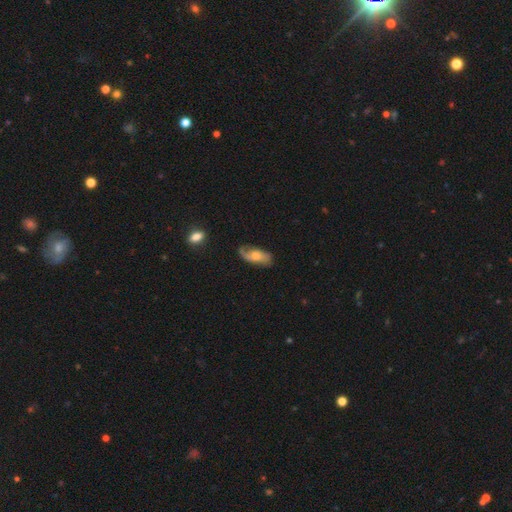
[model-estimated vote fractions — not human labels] Smooth or featured?
  - featured or disk: 56% *
  - smooth: 37%
  - star or artifact: 7%
Edge-on disk?
  - no: 89% *
  - yes: 11%
Bar?
  - no: 71% *
  - weak: 24%
  - strong: 5%
Spiral arms?
  - yes: 83% *
  - no: 17%
Bulge size?
  - moderate: 58% *
  - small: 31%
  - large: 6%
  - none: 3%
  - dominant: 1%
Merging?
  - none: 62% *
  - minor disturbance: 25%
  - major disturbance: 11%
  - merger: 2%